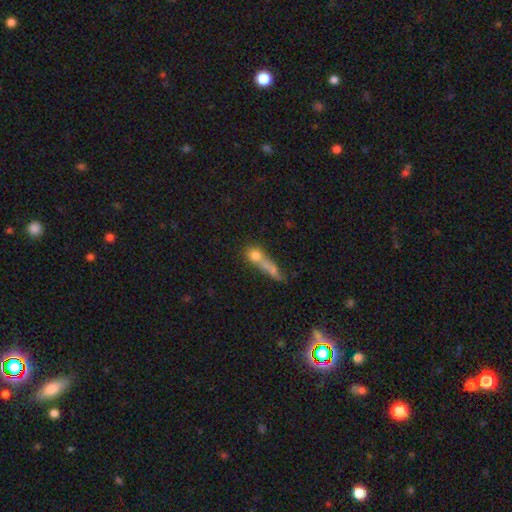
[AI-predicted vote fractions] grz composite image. It shows a smooth galaxy with no disk features (66%) that is round (43%). Merging: merger (51%).